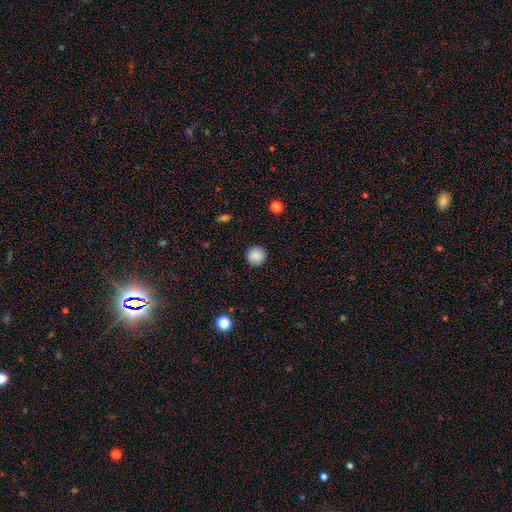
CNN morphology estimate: smooth 88%, star or artifact 9%, featured or disk 4%. Down the decision tree: how rounded — round (95%); merging — none (91%).